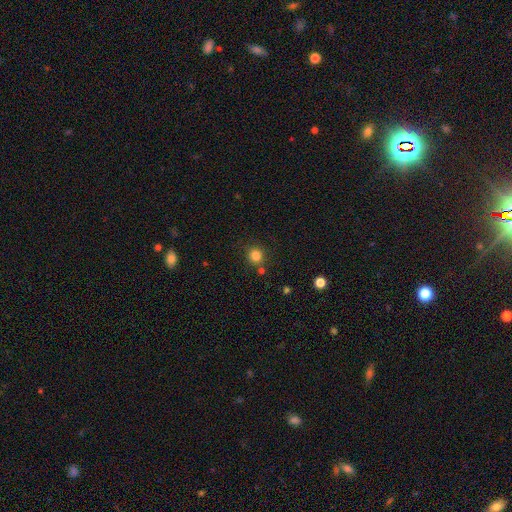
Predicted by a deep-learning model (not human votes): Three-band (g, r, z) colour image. It shows a smooth galaxy with no disk features (82%) that is round (92%). Merging: none (82%).